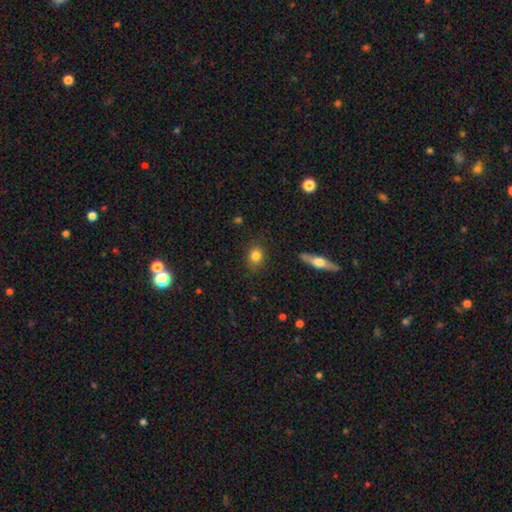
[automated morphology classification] A smooth galaxy with no disk features (82%) that is round (54%).

Vote fractions:
- Smooth or featured? smooth: 82% / featured or disk: 9% / star or artifact: 9%
- How rounded? round: 54% / in between: 44% / cigar-shaped: 3%
- Merging? none: 84% / minor disturbance: 11% / major disturbance: 3% / merger: 2%